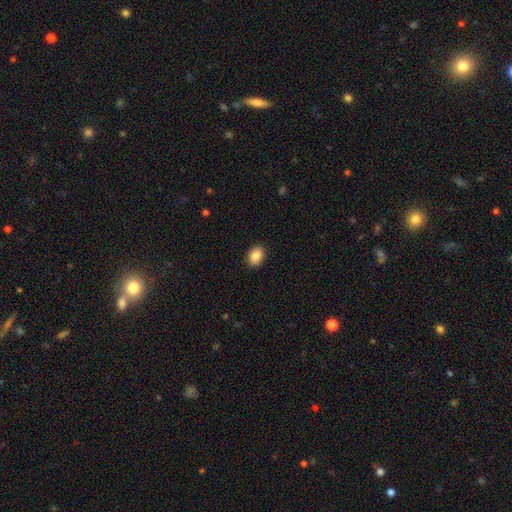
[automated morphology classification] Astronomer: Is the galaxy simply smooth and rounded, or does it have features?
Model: smooth — 87%.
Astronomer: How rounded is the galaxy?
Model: in between — 65%.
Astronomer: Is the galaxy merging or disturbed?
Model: none — 90%.